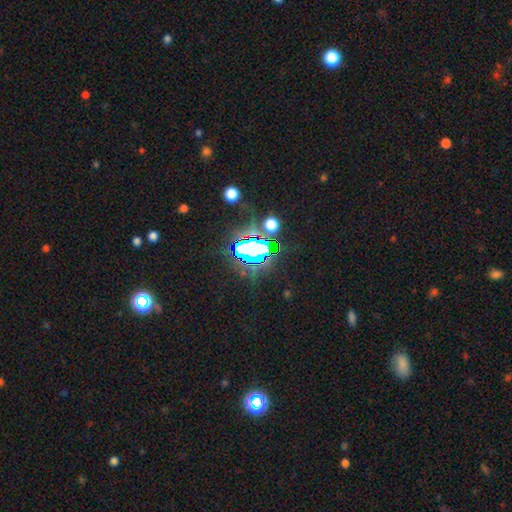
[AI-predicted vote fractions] Smooth or featured? Predicted: star or artifact (p=0.79).